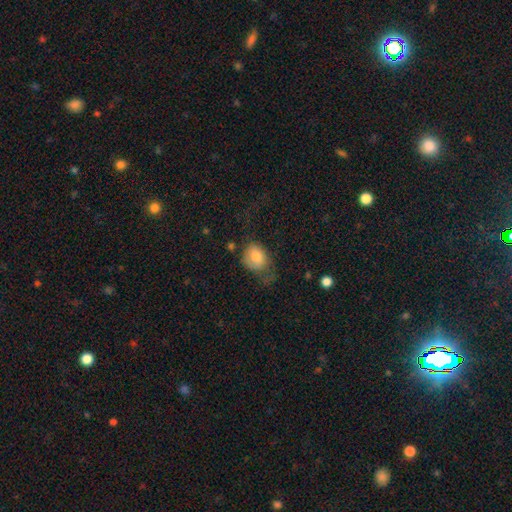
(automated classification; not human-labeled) This appears to be a smooth galaxy with no disk features (71%) that is in between round and cigar-shaped (56%). Merging: none (37%).